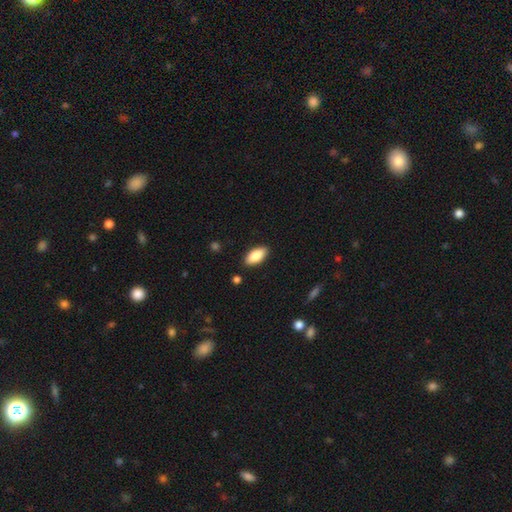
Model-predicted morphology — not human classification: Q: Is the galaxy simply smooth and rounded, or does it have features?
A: smooth — 83%.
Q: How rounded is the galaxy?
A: in between — 91%.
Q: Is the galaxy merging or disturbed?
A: none — 89%.